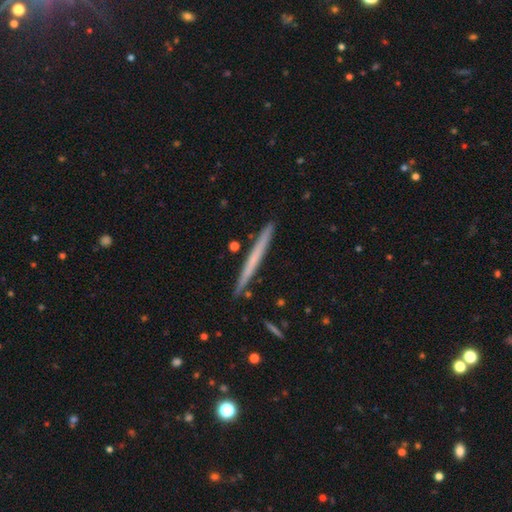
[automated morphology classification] Smooth or featured? smooth (51%)
How rounded? cigar-shaped (97%)
Merging? none (90%)